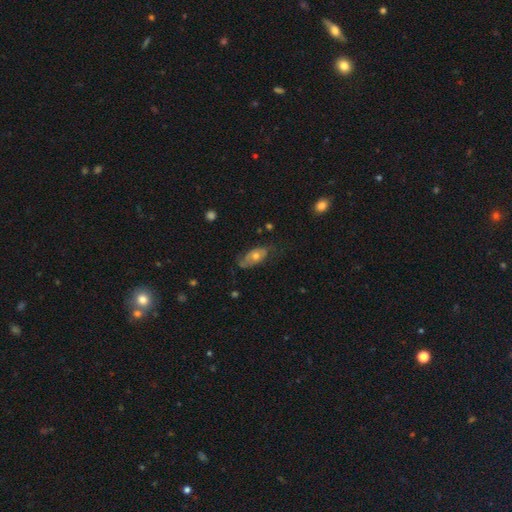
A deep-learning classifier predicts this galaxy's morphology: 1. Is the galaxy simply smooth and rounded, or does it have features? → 53% featured or disk, 40% smooth, 8% star or artifact.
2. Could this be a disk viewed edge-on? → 84% no, 16% yes.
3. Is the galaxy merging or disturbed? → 58% none, 27% minor disturbance, 13% major disturbance, 2% merger.